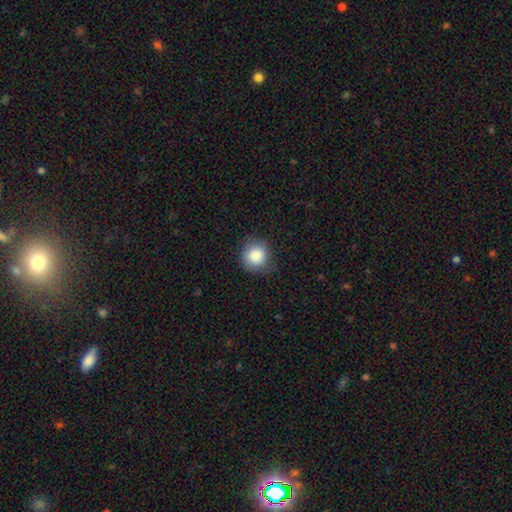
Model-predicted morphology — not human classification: smooth 86%, star or artifact 8%, featured or disk 6%. Down the decision tree: how rounded — round (88%); merging — none (76%).